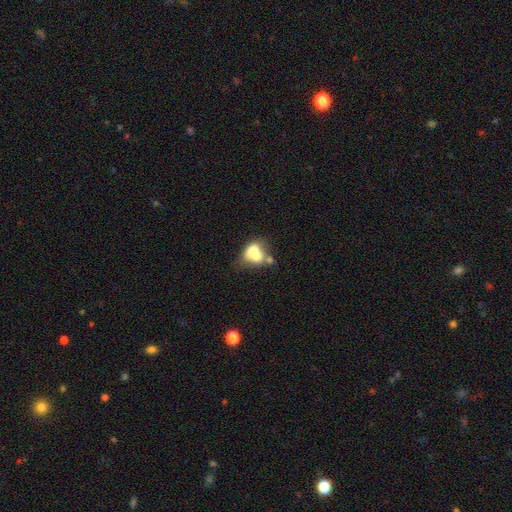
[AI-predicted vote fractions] smooth-or-featured: smooth: 61% | featured or disk: 29% | star or artifact: 10%
  how-rounded: in between: 67% | round: 30% | cigar-shaped: 3%
  merging: merger: 57% | none: 21% | minor disturbance: 12% | major disturbance: 10%